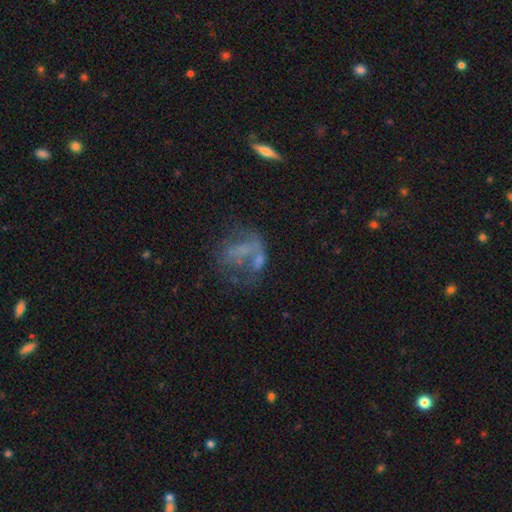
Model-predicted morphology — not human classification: The model was most divided on "merging": major disturbance: 34%, none: 33%, minor disturbance: 17%, merger: 16%. More confident: edge-on disk — no (96%); spiral arms — no (78%); bar — no (74%); bulge size — none (68%); smooth or featured — featured or disk (52%).